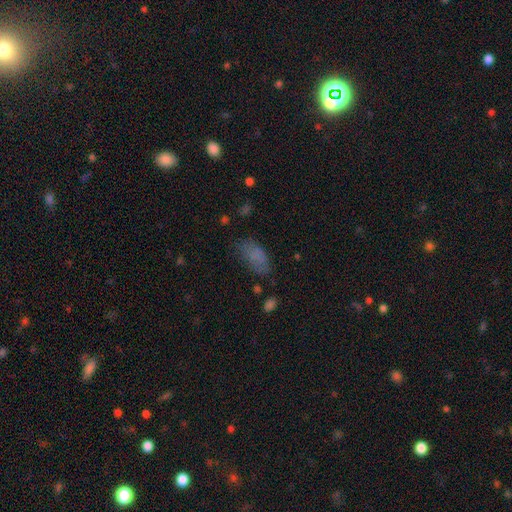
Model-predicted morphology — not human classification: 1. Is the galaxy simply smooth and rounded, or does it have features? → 72% smooth, 14% featured or disk, 14% star or artifact.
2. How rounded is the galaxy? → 89% in between, 7% cigar-shaped, 4% round.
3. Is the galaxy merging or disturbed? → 58% none, 25% minor disturbance, 14% major disturbance, 3% merger.